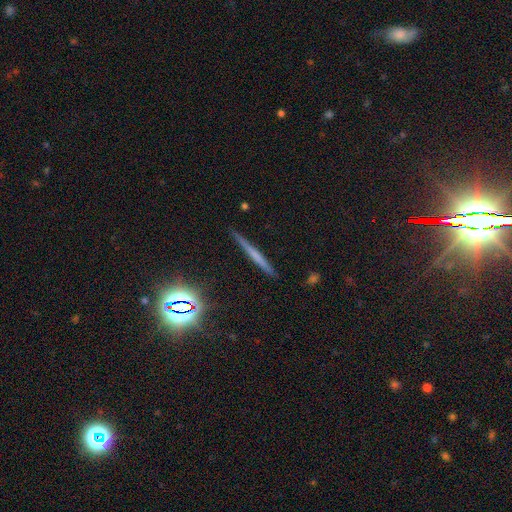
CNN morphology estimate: The model was most divided on "smooth or featured": smooth: 44%, featured or disk: 41%, star or artifact: 15%. More confident: merging — none (88%).